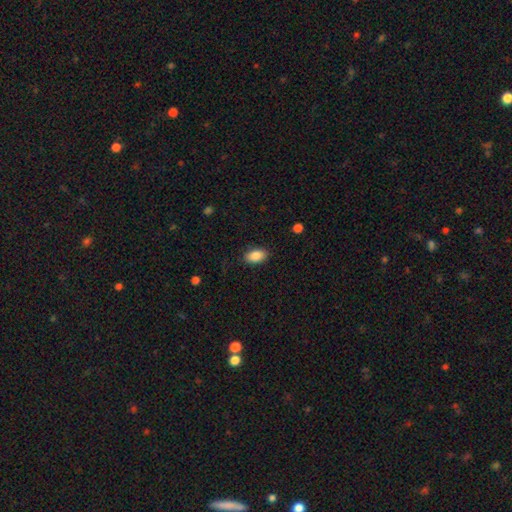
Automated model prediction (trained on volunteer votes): Q: Smooth or featured?
A: smooth (86%); runner-up: star or artifact (8%)
Q: How rounded?
A: in between (91%); runner-up: round (7%)
Q: Merging?
A: none (87%); runner-up: minor disturbance (10%)